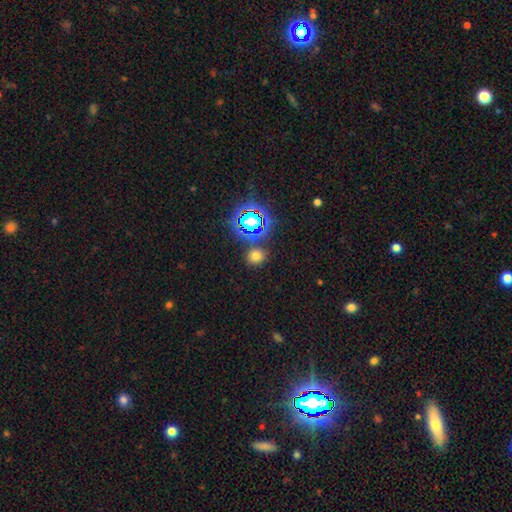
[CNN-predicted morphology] Smooth or featured?
  - smooth: 66% *
  - star or artifact: 28%
  - featured or disk: 6%
How rounded?
  - round: 74% *
  - in between: 25%
  - cigar-shaped: 1%
Merging?
  - none: 81% *
  - minor disturbance: 9%
  - merger: 7%
  - major disturbance: 3%